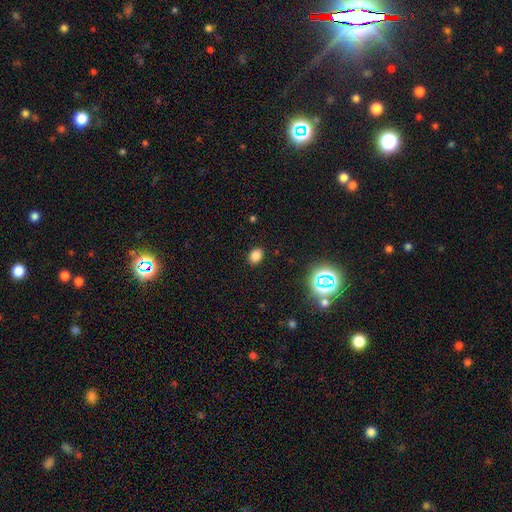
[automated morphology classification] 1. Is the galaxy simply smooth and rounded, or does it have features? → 80% smooth, 15% star or artifact, 5% featured or disk.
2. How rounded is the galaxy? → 63% in between, 36% round, 1% cigar-shaped.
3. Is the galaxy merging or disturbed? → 89% none, 8% minor disturbance, 2% major disturbance, 1% merger.